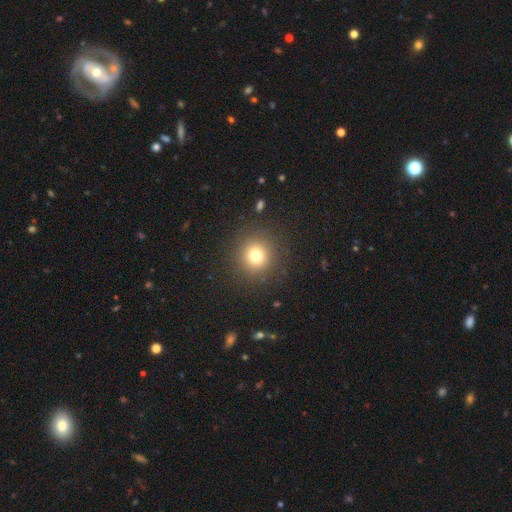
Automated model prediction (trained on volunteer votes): Smooth or featured: smooth — 75% (star or artifact — 15%)
How rounded: round — 93% (in between — 6%)
Merging: none — 89% (minor disturbance — 6%)